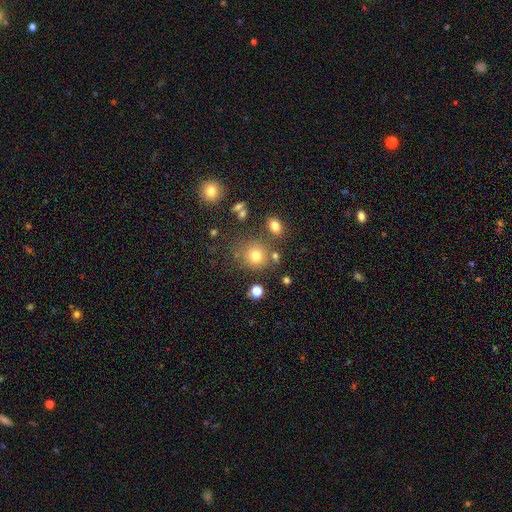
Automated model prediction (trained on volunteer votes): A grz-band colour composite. It shows a smooth galaxy with no disk features (73%) that is round (87%). Merging: none (74%).